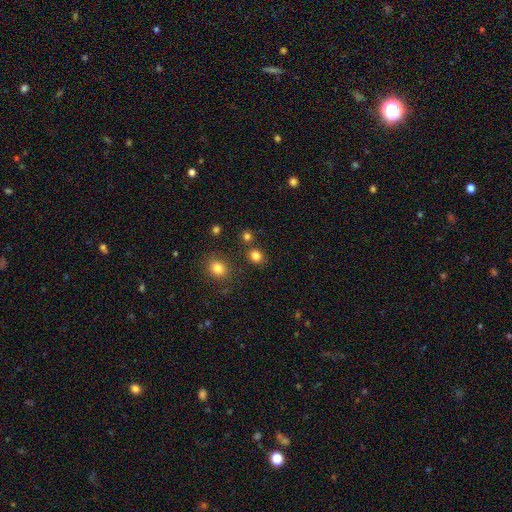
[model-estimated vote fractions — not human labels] Smooth or featured? Predicted: smooth (p=0.82). How rounded? Predicted: round (p=0.71). Merging? Predicted: none (p=0.80).